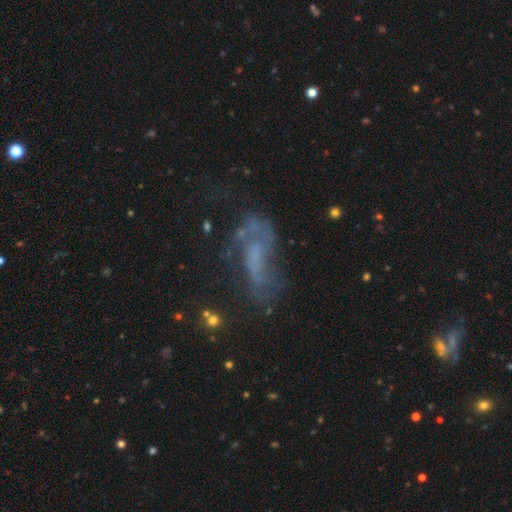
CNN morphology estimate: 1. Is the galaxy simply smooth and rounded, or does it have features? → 58% featured or disk, 25% smooth, 17% star or artifact.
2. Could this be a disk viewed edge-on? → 90% no, 10% yes.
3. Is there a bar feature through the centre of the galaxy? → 60% no, 29% weak, 11% strong.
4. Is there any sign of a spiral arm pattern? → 57% yes, 43% no.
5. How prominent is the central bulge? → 61% none, 22% small, 12% moderate, 4% large, 1% dominant.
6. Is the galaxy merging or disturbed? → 42% none, 30% major disturbance, 21% minor disturbance, 7% merger.